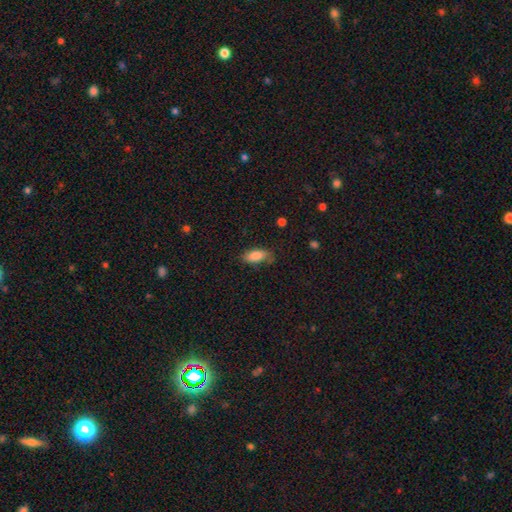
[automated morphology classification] The model was most divided on "merging": none: 63%, minor disturbance: 27%, major disturbance: 8%, merger: 2%. More confident: how rounded — in between (87%); smooth or featured — smooth (84%).